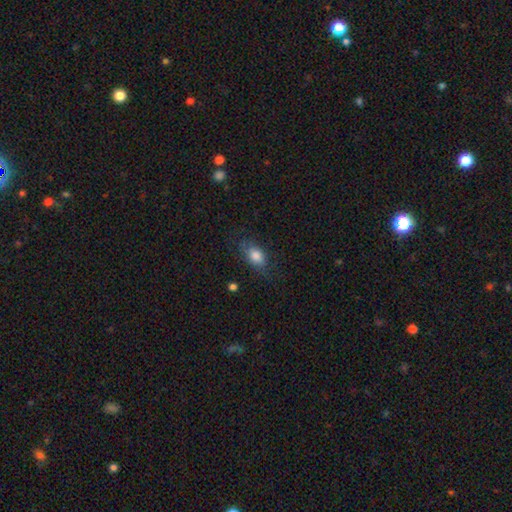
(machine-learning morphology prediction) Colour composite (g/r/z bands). It shows a smooth galaxy with no disk features (80%) that is in between round and cigar-shaped (82%). Merging: none (68%).